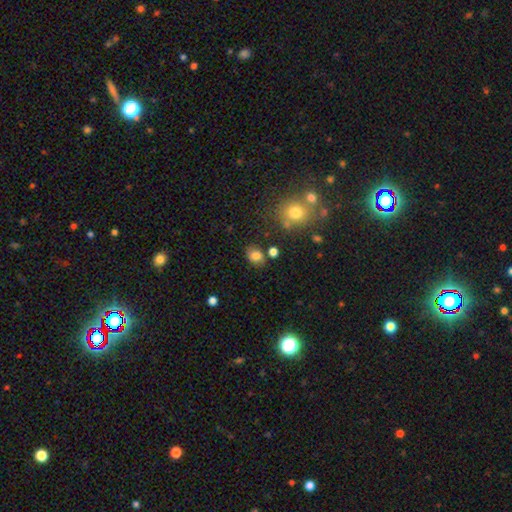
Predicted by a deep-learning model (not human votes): Q: Smooth or featured?
A: smooth (81%); runner-up: star or artifact (12%)
Q: How rounded?
A: in between (57%); runner-up: round (41%)
Q: Merging?
A: none (74%); runner-up: minor disturbance (15%)